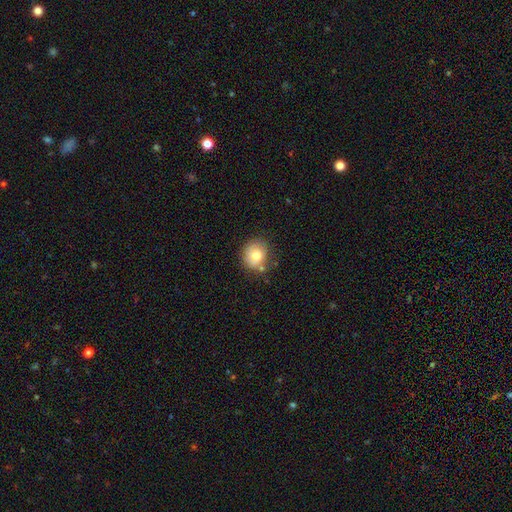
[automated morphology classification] Smooth or featured: smooth — 74% (featured or disk — 17%)
How rounded: round — 74% (in between — 25%)
Merging: none — 67% (minor disturbance — 19%)